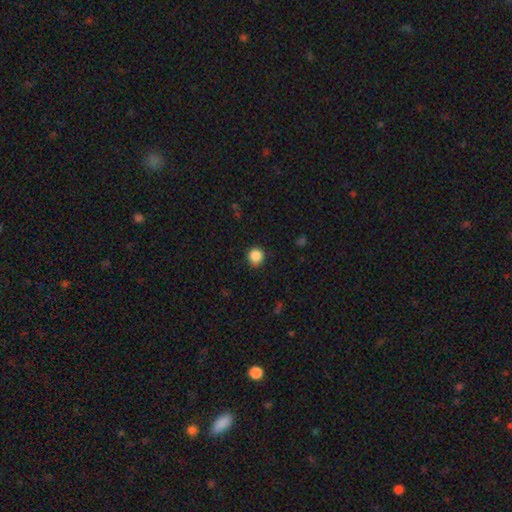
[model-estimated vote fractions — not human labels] smooth-or-featured: smooth: 87% | star or artifact: 10% | featured or disk: 3%
  how-rounded: round: 89% | in between: 10% | cigar-shaped: 1%
  merging: none: 84% | minor disturbance: 12% | major disturbance: 3% | merger: 1%